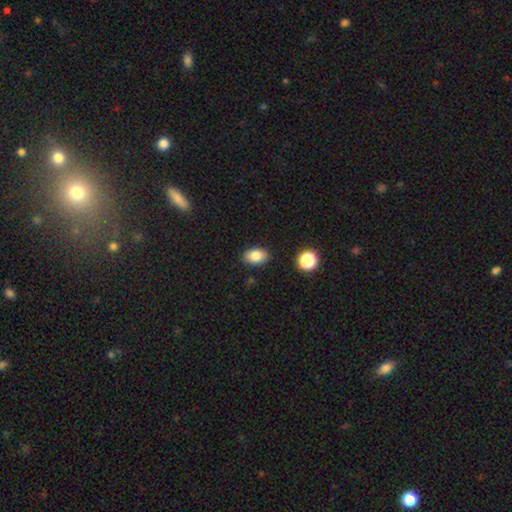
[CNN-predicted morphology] smooth 84%, star or artifact 9%, featured or disk 7%. Down the decision tree: how rounded — in between (87%); merging — none (87%).